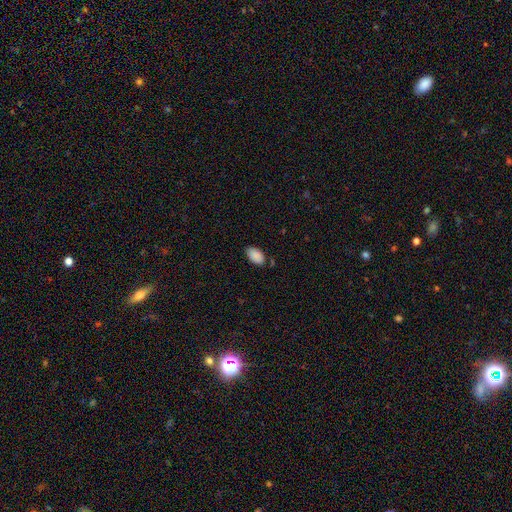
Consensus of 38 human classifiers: Smooth or featured? 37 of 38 (97%) said smooth. How rounded? 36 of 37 (97%) said in between. Merging? 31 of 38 (82%) said none.